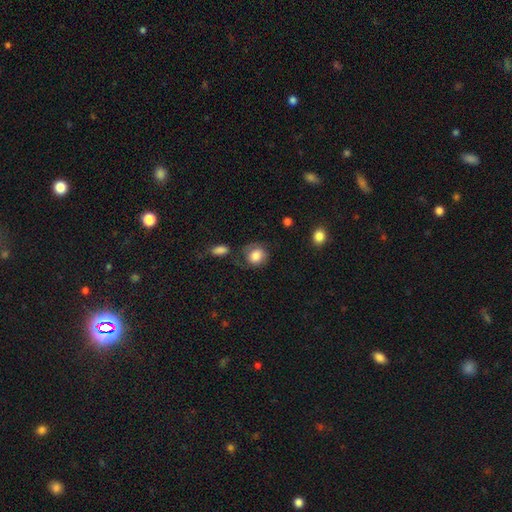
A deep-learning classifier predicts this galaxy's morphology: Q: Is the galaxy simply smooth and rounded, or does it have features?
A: smooth — 80%.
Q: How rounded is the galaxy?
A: round — 71%.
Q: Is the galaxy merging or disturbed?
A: none — 59%.